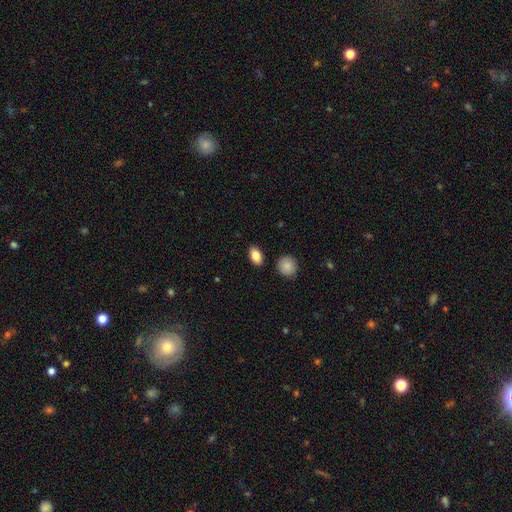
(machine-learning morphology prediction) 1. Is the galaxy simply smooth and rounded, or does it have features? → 85% smooth, 8% star or artifact, 7% featured or disk.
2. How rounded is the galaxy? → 84% in between, 13% round, 2% cigar-shaped.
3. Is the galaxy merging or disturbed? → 87% none, 8% minor disturbance, 3% merger, 2% major disturbance.